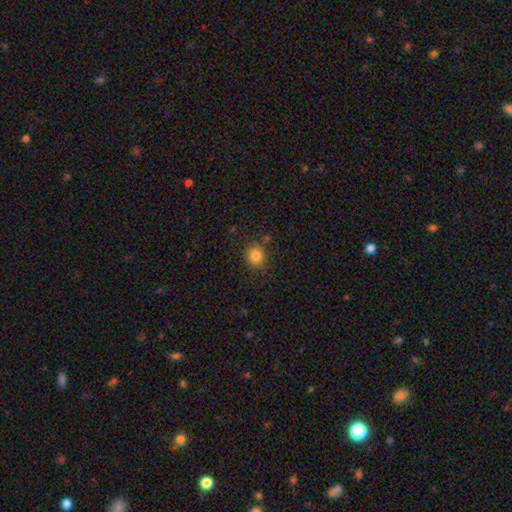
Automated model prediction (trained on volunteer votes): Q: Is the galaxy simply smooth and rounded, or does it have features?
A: smooth — 83%.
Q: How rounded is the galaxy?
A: round — 85%.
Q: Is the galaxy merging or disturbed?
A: none — 83%.